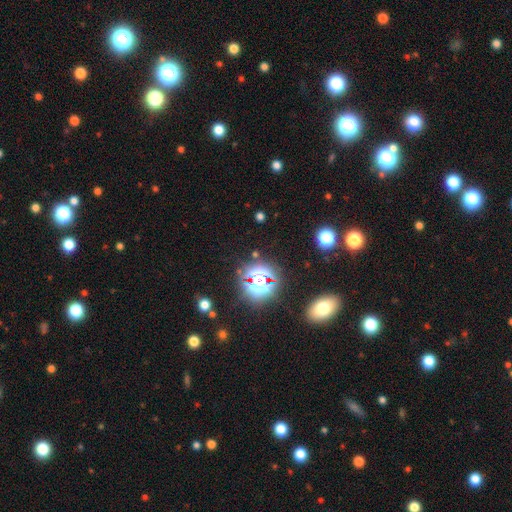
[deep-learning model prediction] A star or artifact, not a galaxy (72%).